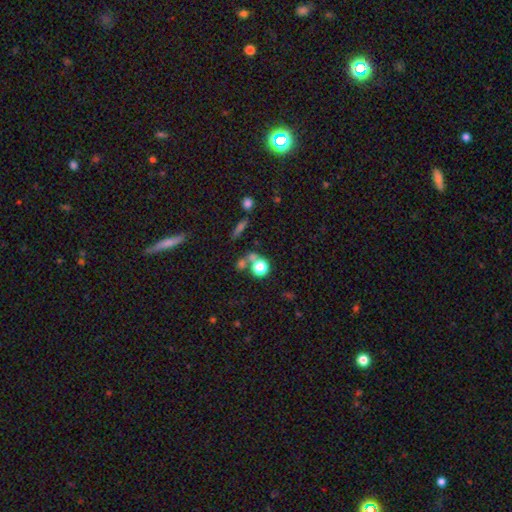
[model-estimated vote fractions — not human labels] smooth-or-featured: smooth: 47% | star or artifact: 36% | featured or disk: 16%
  merging: none: 65% | merger: 21% | minor disturbance: 9% | major disturbance: 5%